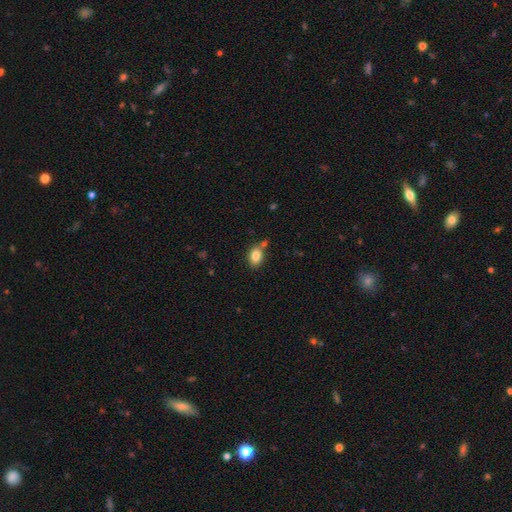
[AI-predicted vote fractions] smooth 85%, star or artifact 9%, featured or disk 6%. Down the decision tree: how rounded — in between (81%); merging — none (69%).